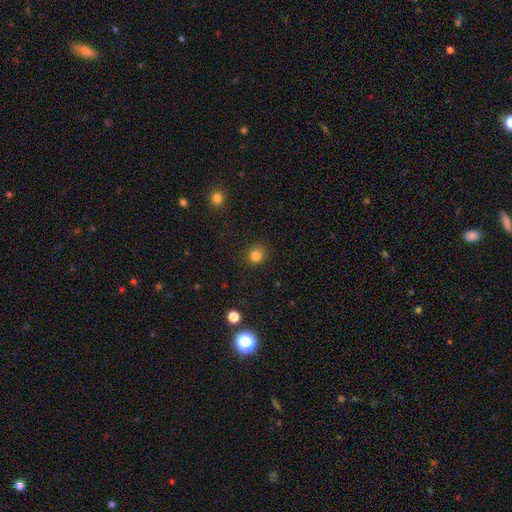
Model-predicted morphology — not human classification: A smooth galaxy with no disk features (82%) that is round (85%). Merging: none (87%).